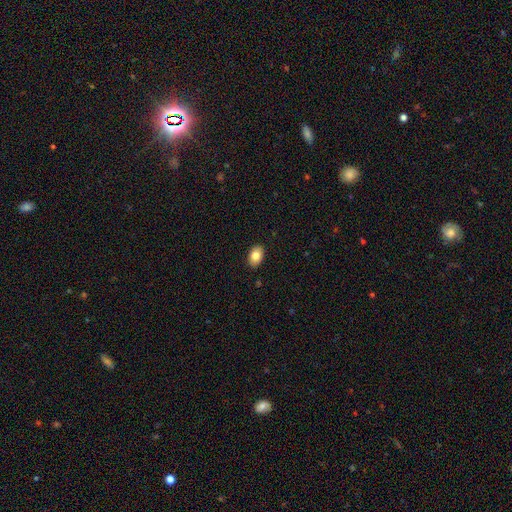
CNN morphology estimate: Smooth or featured? smooth (82%)
How rounded? in between (87%)
Merging? none (90%)